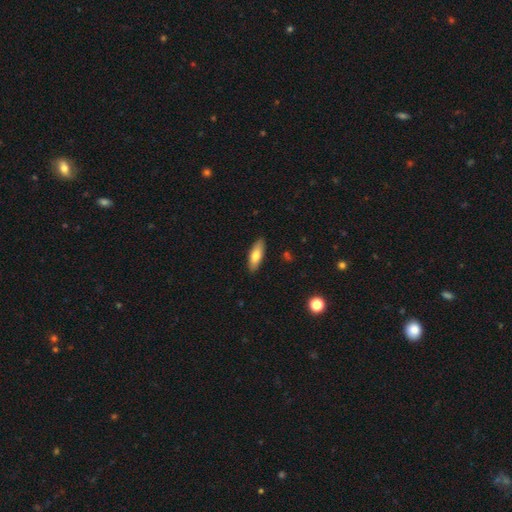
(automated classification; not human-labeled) Q: Smooth or featured?
A: smooth (74%); runner-up: featured or disk (20%)
Q: How rounded?
A: in between (64%); runner-up: cigar-shaped (34%)
Q: Merging?
A: none (89%); runner-up: minor disturbance (9%)